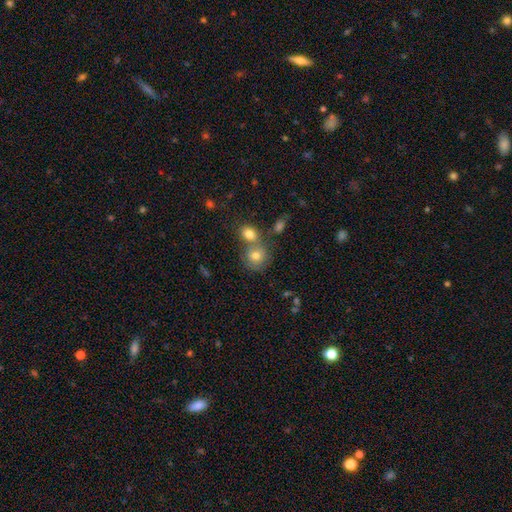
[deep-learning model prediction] A smooth galaxy with no disk features (76%) that is round (79%). Merging: none (46%).